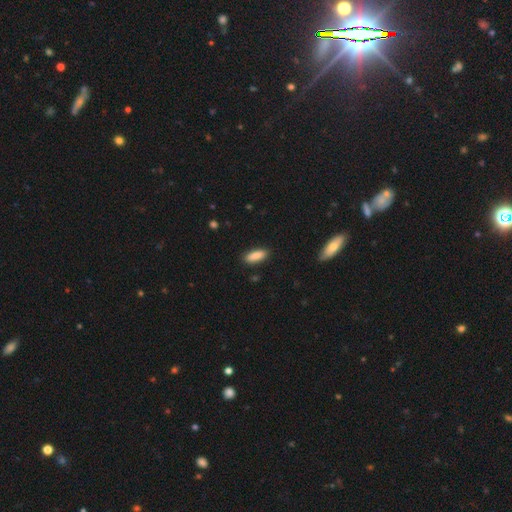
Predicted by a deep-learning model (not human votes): The model was most divided on "how rounded": in between: 66%, cigar-shaped: 32%, round: 2%. More confident: smooth or featured — smooth (89%); merging — none (88%).